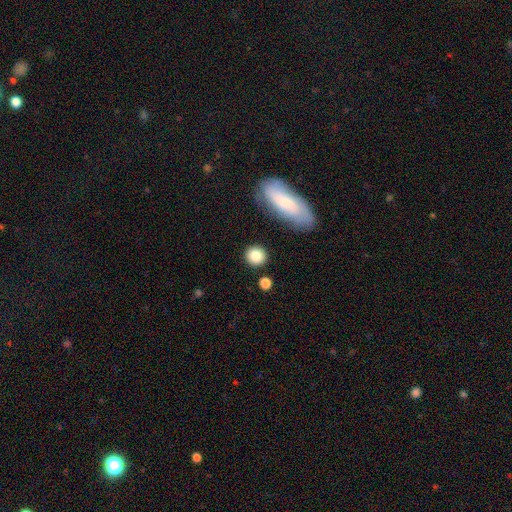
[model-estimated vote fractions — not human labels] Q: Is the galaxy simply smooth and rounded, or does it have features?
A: smooth — 84%.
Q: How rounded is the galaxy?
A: round — 89%.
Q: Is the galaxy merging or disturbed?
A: none — 86%.